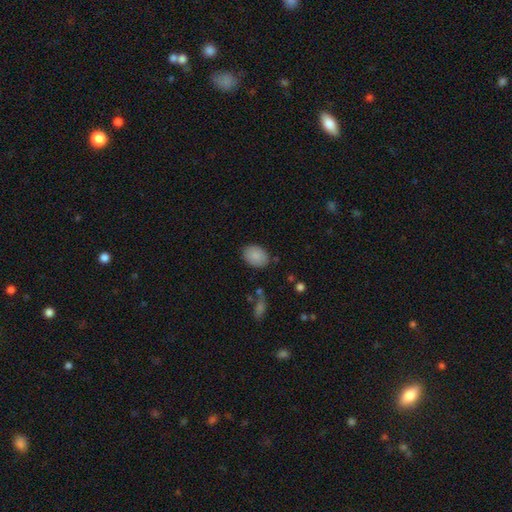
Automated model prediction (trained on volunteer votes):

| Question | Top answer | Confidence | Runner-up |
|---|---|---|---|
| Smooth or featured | smooth | 87% | star or artifact (7%) |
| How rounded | in between | 80% | round (19%) |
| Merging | none | 83% | minor disturbance (12%) |